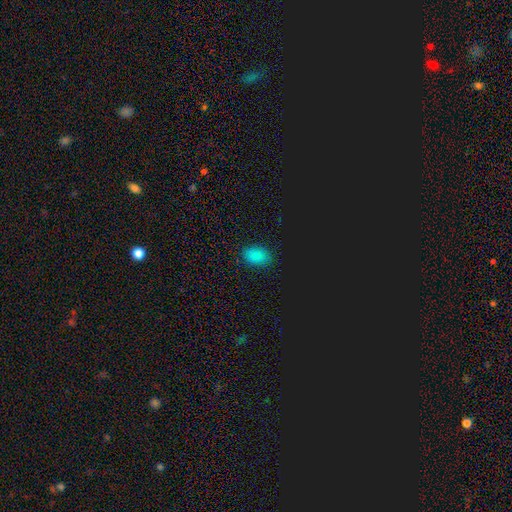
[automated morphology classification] The model was most divided on "smooth or featured": smooth: 80%, star or artifact: 17%, featured or disk: 3%. More confident: how rounded — in between (88%); merging — none (87%).